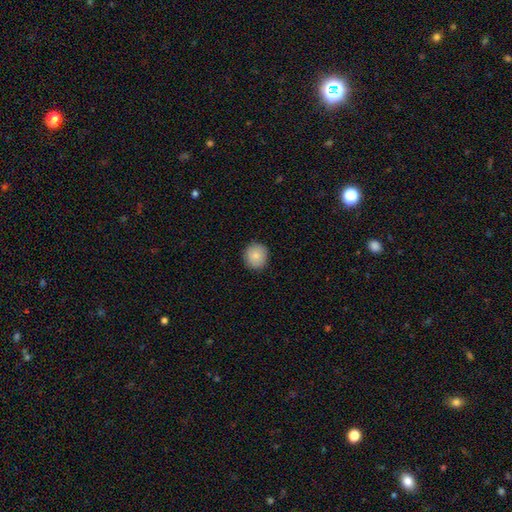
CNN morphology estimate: Overall: smooth (85%). How rounded: round (89%). Merging: none (90%).